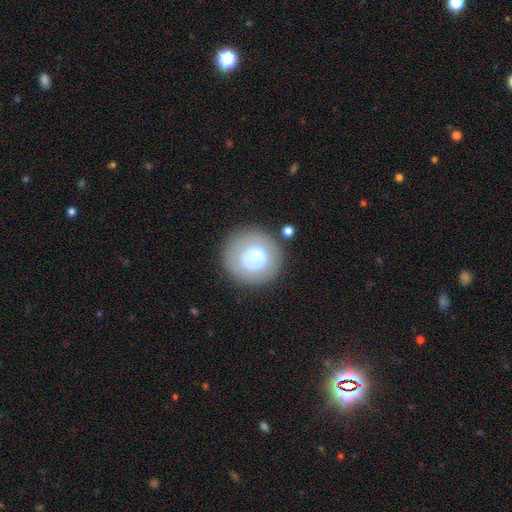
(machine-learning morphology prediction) This is possibly a smooth galaxy (60%). How rounded: clearly round (91%). Merging: likely none (79%).